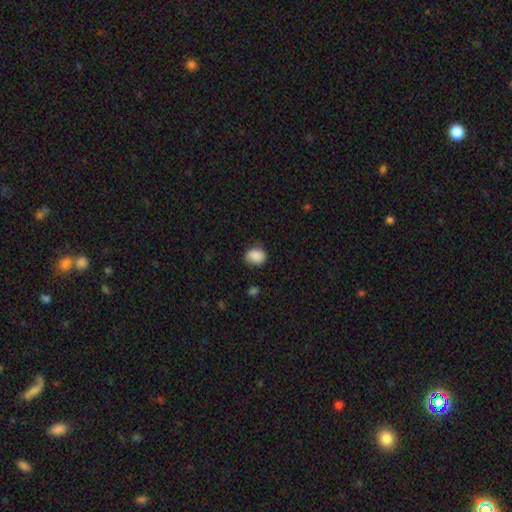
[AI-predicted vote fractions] Q: Smooth or featured?
A: smooth (88%); runner-up: star or artifact (8%)
Q: How rounded?
A: round (50%); runner-up: in between (49%)
Q: Merging?
A: none (76%); runner-up: minor disturbance (18%)